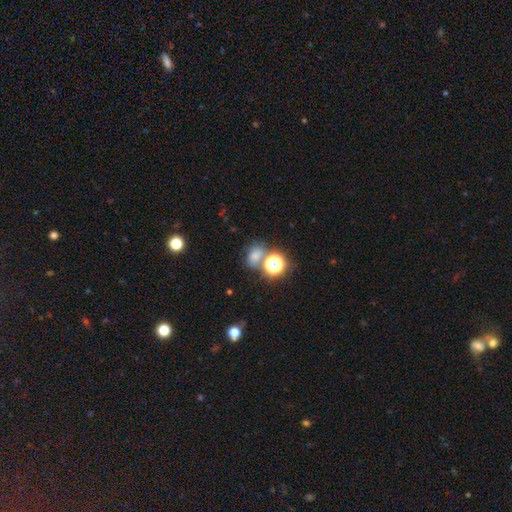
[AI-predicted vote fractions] Q: Smooth or featured?
A: smooth (65%); runner-up: star or artifact (25%)
Q: How rounded?
A: round (50%); runner-up: in between (48%)
Q: Merging?
A: none (56%); runner-up: merger (26%)